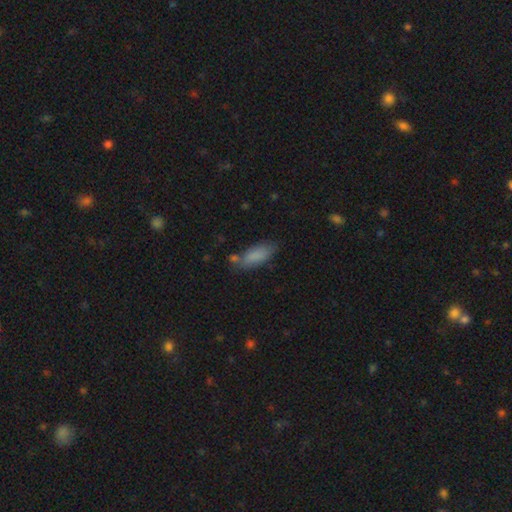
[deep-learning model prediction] smooth_or_featured: smooth (p=0.85) [alt: featured or disk p=0.08]
how_rounded: in between (p=0.77) [alt: cigar-shaped p=0.21]
merging: none (p=0.65) [alt: minor disturbance p=0.22]